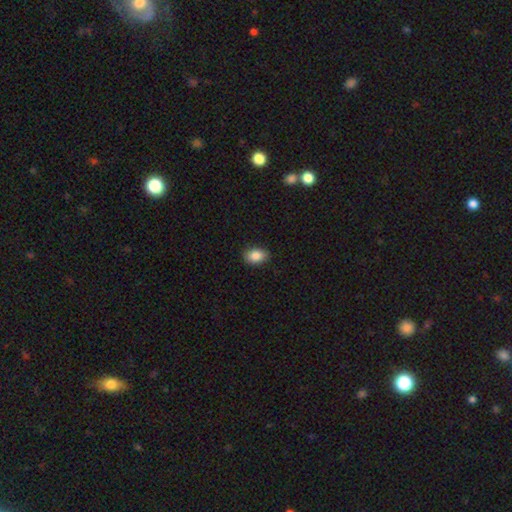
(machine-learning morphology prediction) smooth 86%, star or artifact 8%, featured or disk 6%. Down the decision tree: how rounded — in between (80%); merging — none (86%).